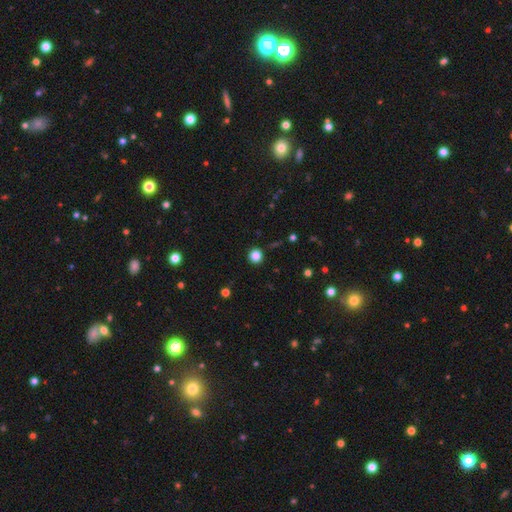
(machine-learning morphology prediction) smooth-or-featured: smooth: 84% | star or artifact: 13% | featured or disk: 3%
  how-rounded: round: 95% | in between: 4% | cigar-shaped: 1%
  merging: none: 92% | minor disturbance: 5% | major disturbance: 2% | merger: 1%